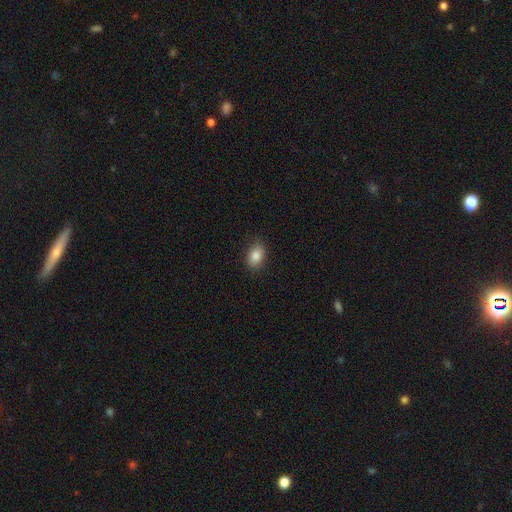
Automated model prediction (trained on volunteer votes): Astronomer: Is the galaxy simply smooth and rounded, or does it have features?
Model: smooth — 86%.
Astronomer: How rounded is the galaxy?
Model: in between — 82%.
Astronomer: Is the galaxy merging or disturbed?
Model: none — 86%.